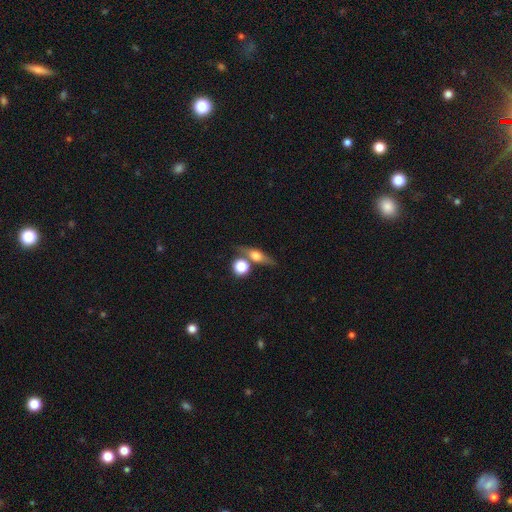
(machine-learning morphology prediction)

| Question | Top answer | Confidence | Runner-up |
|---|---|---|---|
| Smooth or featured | featured or disk | 45% | tied: smooth (45%) |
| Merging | none | 62% | merger (19%) |